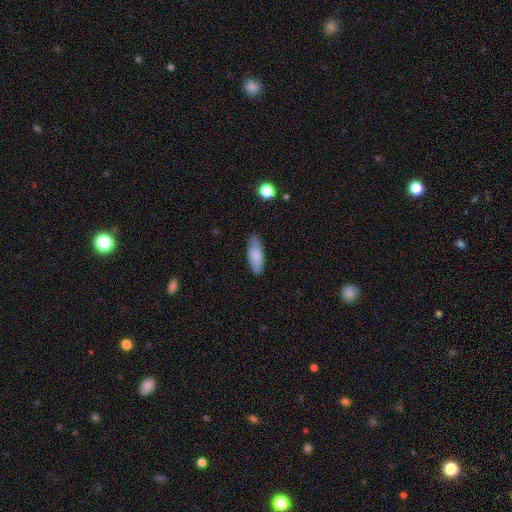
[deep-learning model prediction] Smooth or featured? smooth (79%)
How rounded? in between (75%)
Merging? none (76%)